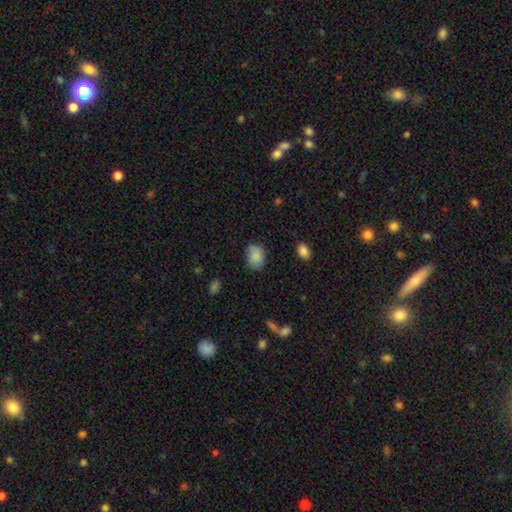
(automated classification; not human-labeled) The model was most divided on "merging": none: 63%, minor disturbance: 28%, major disturbance: 7%, merger: 2%. More confident: smooth or featured — smooth (85%); how rounded — in between (71%).